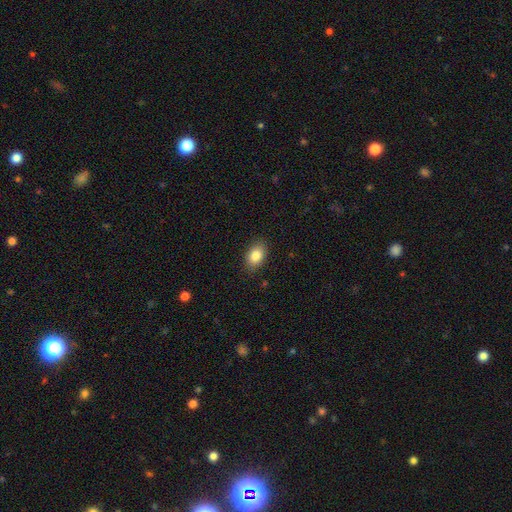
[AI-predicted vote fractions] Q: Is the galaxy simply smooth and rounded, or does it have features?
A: smooth — 85%.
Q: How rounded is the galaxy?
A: in between — 85%.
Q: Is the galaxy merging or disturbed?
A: none — 86%.